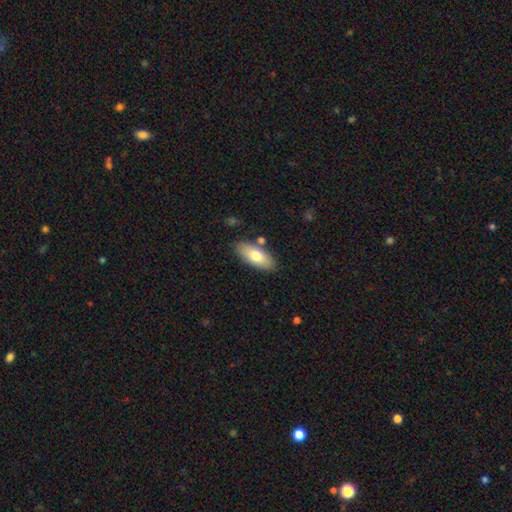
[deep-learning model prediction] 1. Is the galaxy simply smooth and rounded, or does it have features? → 71% smooth, 23% featured or disk, 6% star or artifact.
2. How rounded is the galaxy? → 80% in between, 17% cigar-shaped, 3% round.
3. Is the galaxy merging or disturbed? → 81% none, 11% minor disturbance, 6% merger, 2% major disturbance.